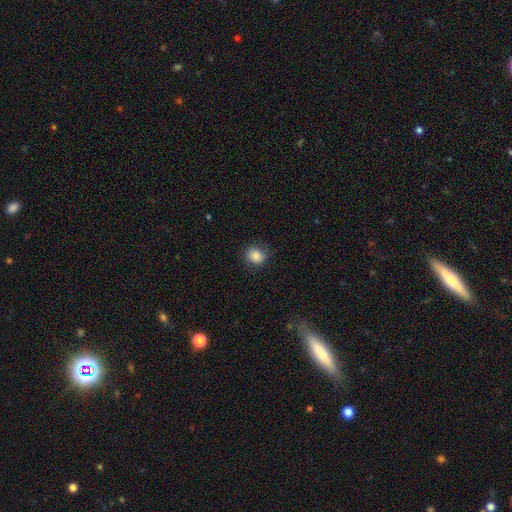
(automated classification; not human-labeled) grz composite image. It shows a smooth galaxy with no disk features (85%) that is round (65%). Merging: none (81%).